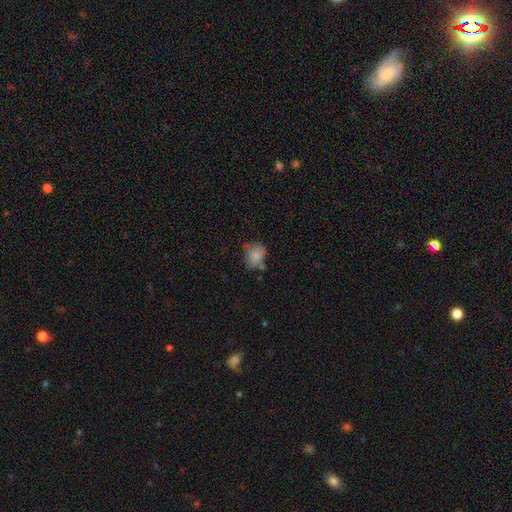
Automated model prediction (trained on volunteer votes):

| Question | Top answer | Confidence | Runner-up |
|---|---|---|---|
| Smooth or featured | smooth | 82% | star or artifact (9%) |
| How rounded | round | 51% | in between (48%) |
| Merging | none | 54% | minor disturbance (27%) |